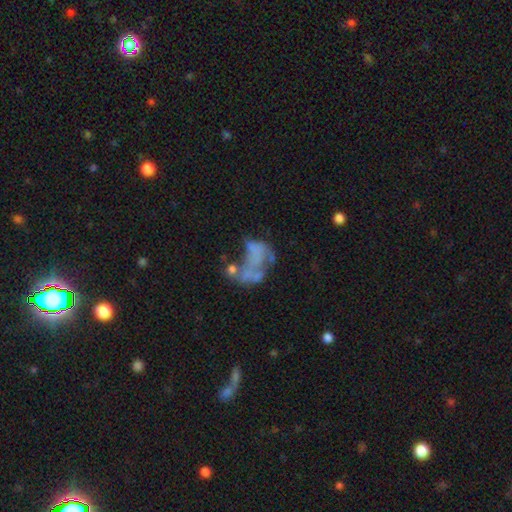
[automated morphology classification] featured or disk 55%, smooth 30%, star or artifact 15%. Down the decision tree: edge-on disk — no (98%); bar — no (94%); spiral arms — no (92%); bulge size — none (84%); merging — major disturbance (38%).